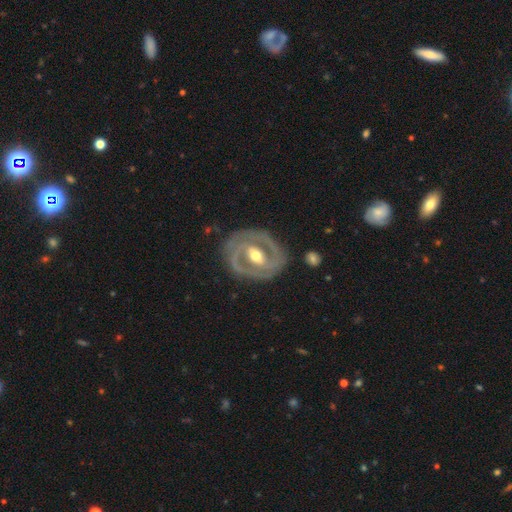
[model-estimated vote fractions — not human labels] featured or disk 85%, smooth 11%, star or artifact 4%. Down the decision tree: edge-on disk — no (96%); bar — strong (40%); spiral arms — yes (81%); spiral arm count — 2 (81%); spiral winding — tight (54%); bulge size — moderate (74%); merging — none (78%).